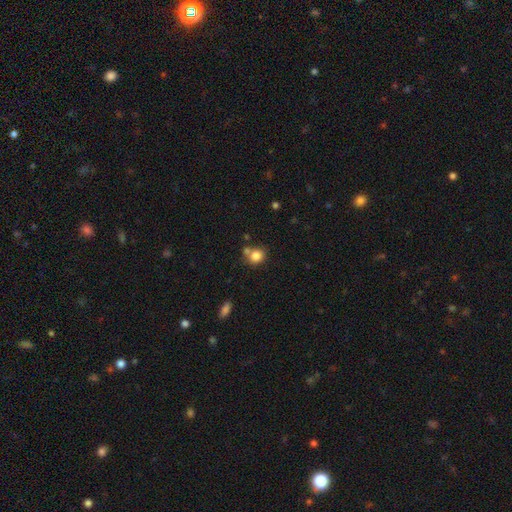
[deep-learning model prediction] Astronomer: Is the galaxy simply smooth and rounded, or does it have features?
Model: smooth — 82%.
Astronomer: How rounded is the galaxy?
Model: round — 75%.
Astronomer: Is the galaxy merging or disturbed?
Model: none — 60%.